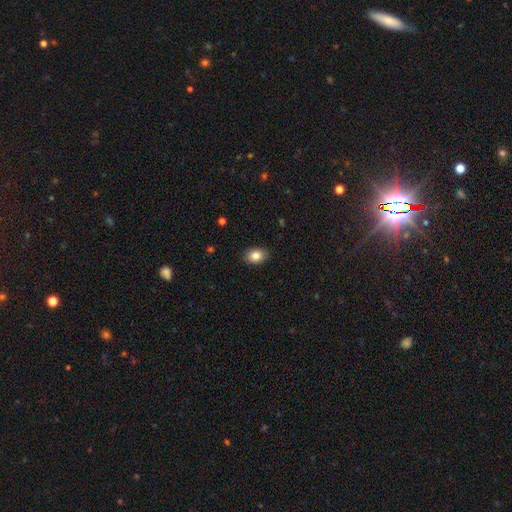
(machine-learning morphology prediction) Smooth or featured? Predicted: smooth (p=0.85). How rounded? Predicted: in between (p=0.73). Merging? Predicted: none (p=0.88).